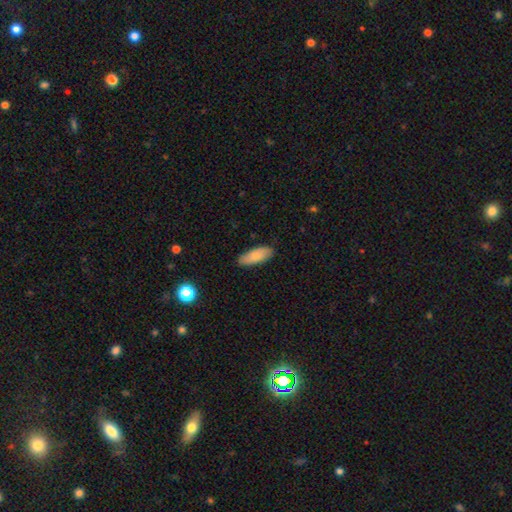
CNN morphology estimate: Smooth or featured? Predicted: smooth (p=0.82). How rounded? Predicted: in between (p=0.75). Merging? Predicted: none (p=0.86).